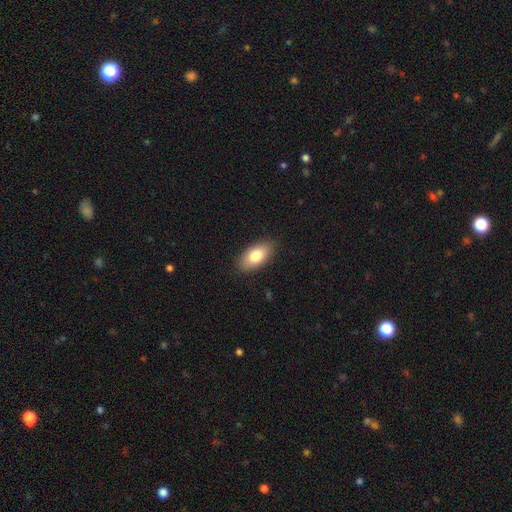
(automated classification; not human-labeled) This is likely a smooth galaxy (80%). How rounded: clearly in between (91%). Merging: clearly none (88%).